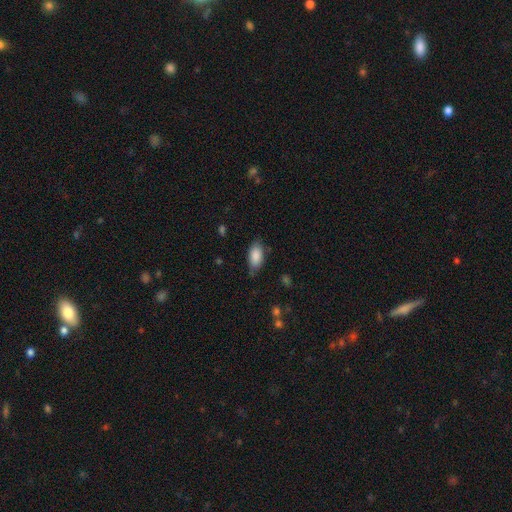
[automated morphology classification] Smooth or featured: smooth — 87% (star or artifact — 7%)
How rounded: in between — 93% (cigar-shaped — 4%)
Merging: none — 72% (minor disturbance — 21%)